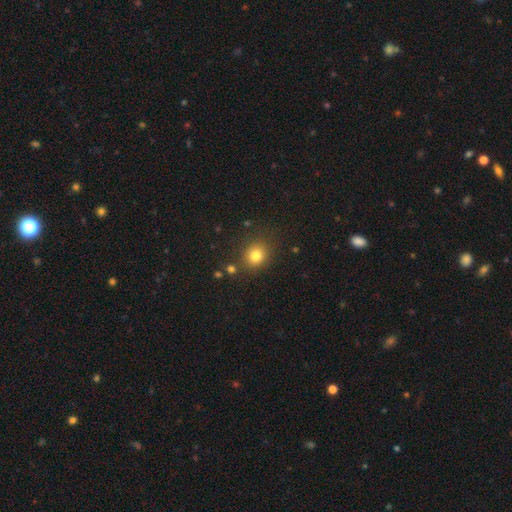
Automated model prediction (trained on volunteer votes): A smooth galaxy with no disk features (80%) that is round (77%). Merging: none (83%).